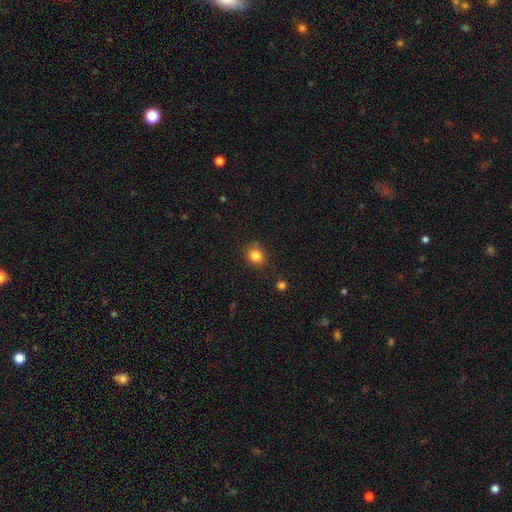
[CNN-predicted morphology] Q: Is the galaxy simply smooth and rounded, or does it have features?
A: smooth — 83%.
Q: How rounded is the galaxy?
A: round — 66%.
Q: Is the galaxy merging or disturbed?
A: none — 80%.